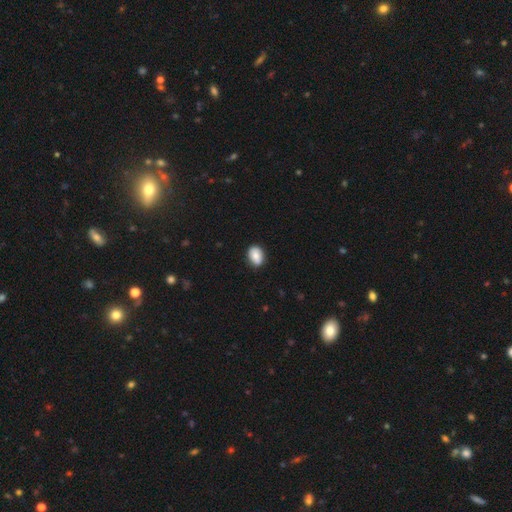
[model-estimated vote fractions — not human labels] smooth-or-featured: smooth: 77% | featured or disk: 15% | star or artifact: 8%
  how-rounded: in between: 68% | round: 31% | cigar-shaped: 1%
  merging: none: 84% | minor disturbance: 13% | major disturbance: 2% | merger: 1%